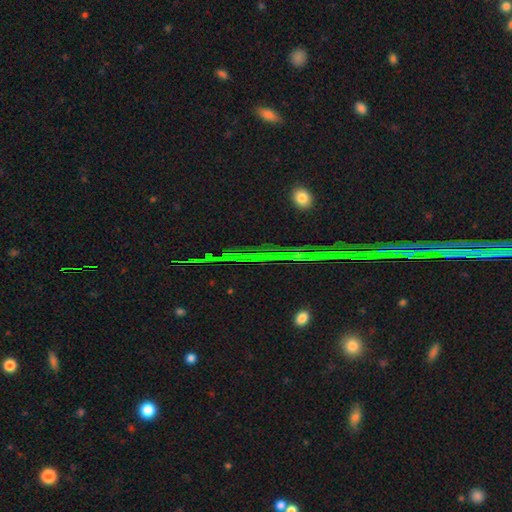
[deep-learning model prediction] The model was most divided on "smooth or featured": star or artifact: 82%, featured or disk: 9%, smooth: 9%.